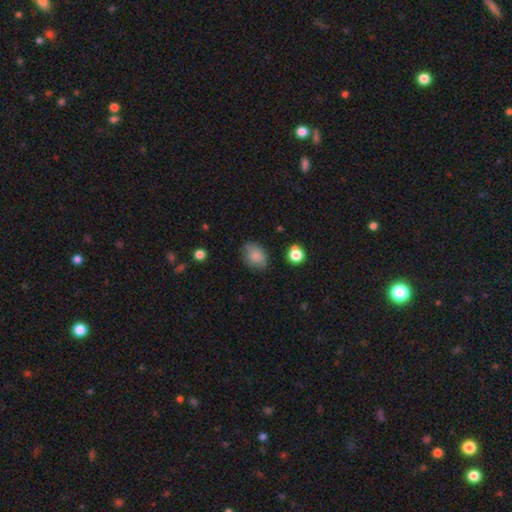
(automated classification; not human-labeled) Morphology: type=smooth (82%); roundness=in between (70%); merging=none (70%).